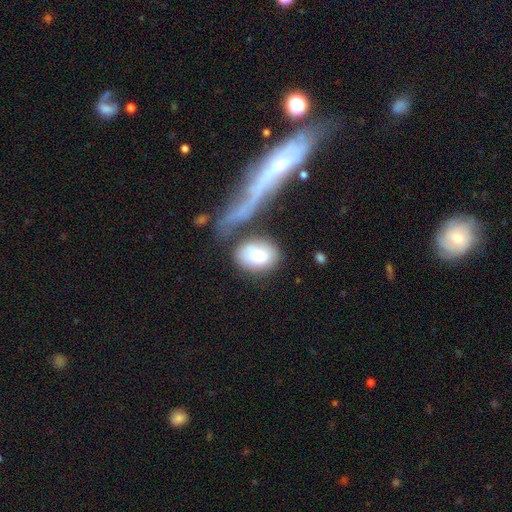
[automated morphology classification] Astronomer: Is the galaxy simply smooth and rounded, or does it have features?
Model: smooth — 73%.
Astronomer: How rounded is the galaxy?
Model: in between — 67%.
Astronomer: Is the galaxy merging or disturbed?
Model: none — 50%.